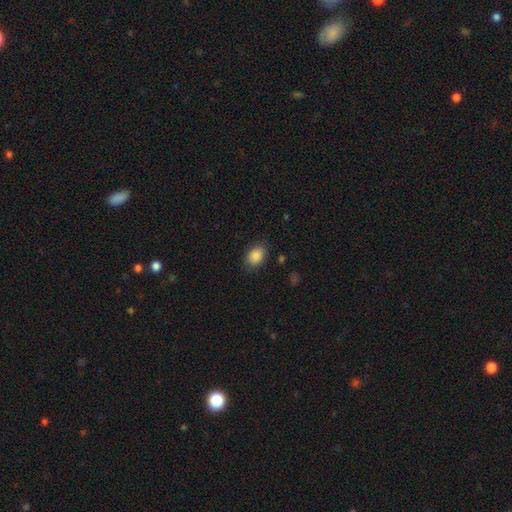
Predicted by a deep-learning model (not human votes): Overall: smooth (88%). How rounded: in between (80%). Merging: none (81%).